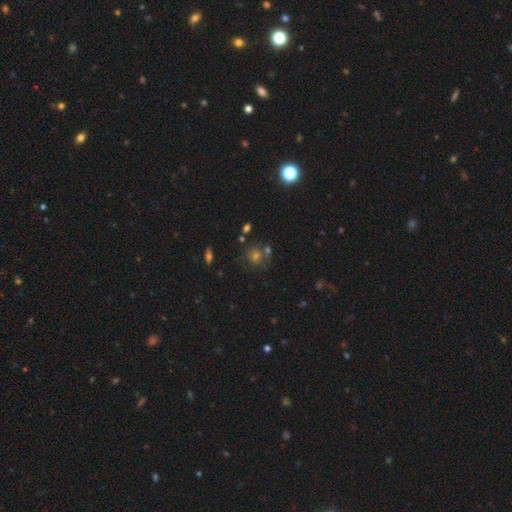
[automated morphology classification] The model was most divided on "smooth or featured": smooth: 50%, star or artifact: 35%, featured or disk: 15%. More confident: how rounded — round (86%); merging — none (68%).